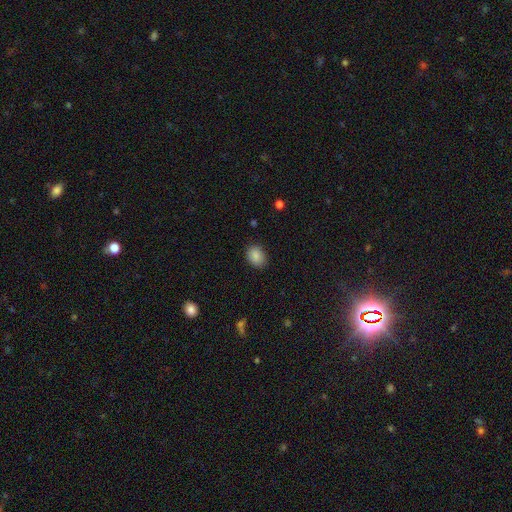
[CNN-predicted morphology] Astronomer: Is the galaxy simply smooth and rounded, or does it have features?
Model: smooth — 88%.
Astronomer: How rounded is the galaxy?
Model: in between — 61% (runner-up: round, 39%).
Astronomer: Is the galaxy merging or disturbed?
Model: none — 86%.